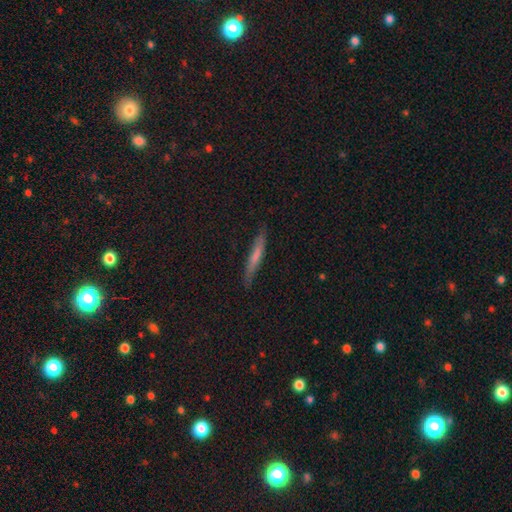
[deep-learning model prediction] Smooth or featured? smooth (61%)
How rounded? cigar-shaped (93%)
Merging? none (82%)